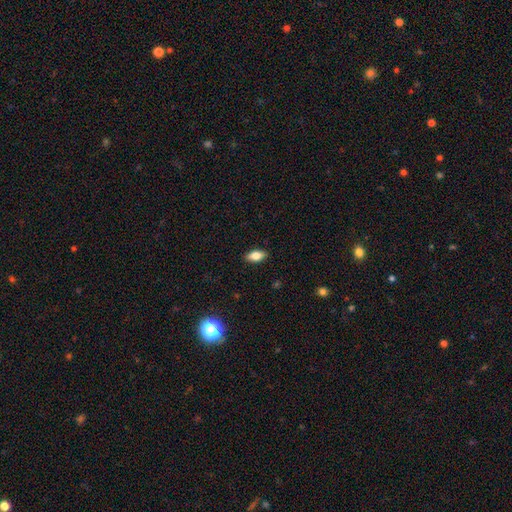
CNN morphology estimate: Overall: smooth (77%). How rounded: in between (85%). Merging: none (89%).